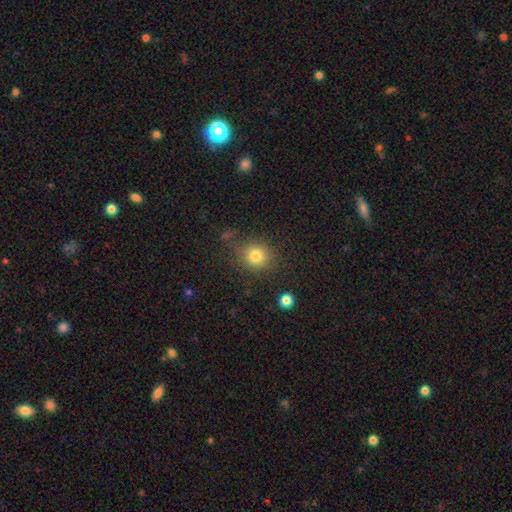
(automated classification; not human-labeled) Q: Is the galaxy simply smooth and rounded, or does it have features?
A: smooth — 81%.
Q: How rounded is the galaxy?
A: round — 87%.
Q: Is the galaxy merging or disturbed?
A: none — 77%.